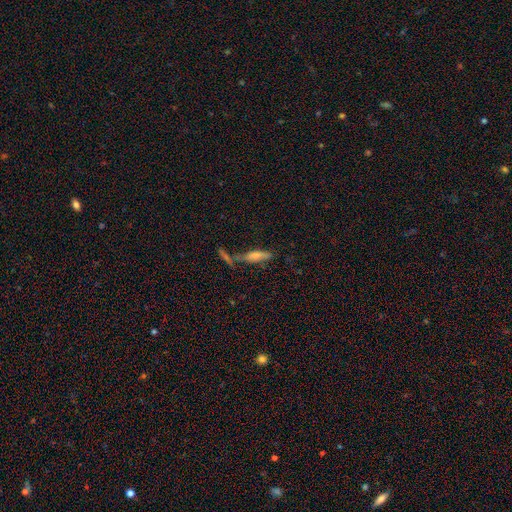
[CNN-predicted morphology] Smooth or featured: smooth — 66% (featured or disk — 25%)
How rounded: cigar-shaped — 66% (in between — 31%)
Merging: none — 41% (merger — 35%)